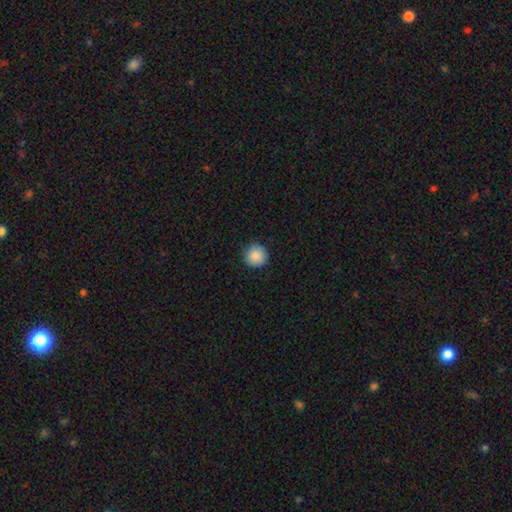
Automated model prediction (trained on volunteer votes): Overall: smooth (87%). How rounded: round (95%). Merging: none (87%).